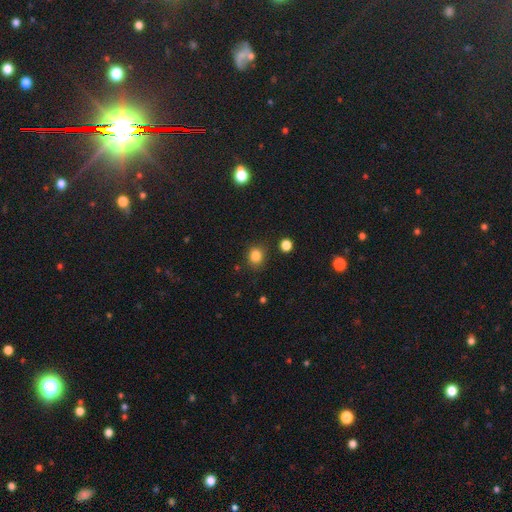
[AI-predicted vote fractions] Smooth or featured?
  - smooth: 84% *
  - star or artifact: 12%
  - featured or disk: 4%
How rounded?
  - round: 69% *
  - in between: 30%
  - cigar-shaped: 1%
Merging?
  - none: 80% *
  - minor disturbance: 13%
  - major disturbance: 4%
  - merger: 3%